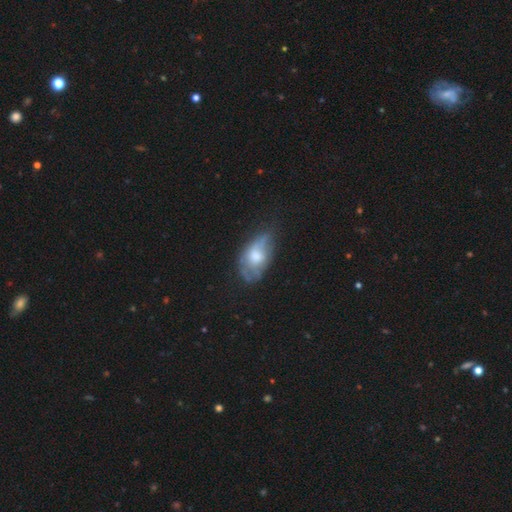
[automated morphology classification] Smooth or featured? Predicted: smooth (p=0.47). Merging? Predicted: none (p=0.44).